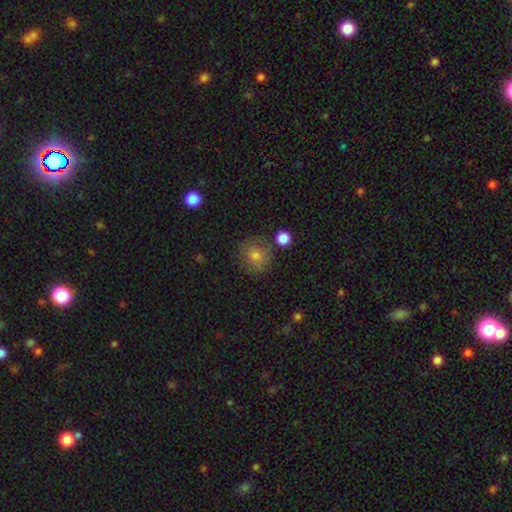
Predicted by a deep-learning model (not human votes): smooth 76%, featured or disk 13%, star or artifact 12%. Down the decision tree: how rounded — round (83%); merging — none (77%).